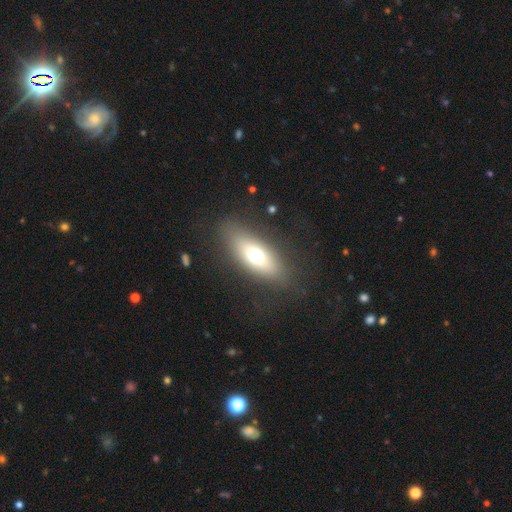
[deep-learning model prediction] Overall: smooth (62%; featured or disk 28%). How rounded: in between (70%). Merging: none (82%).